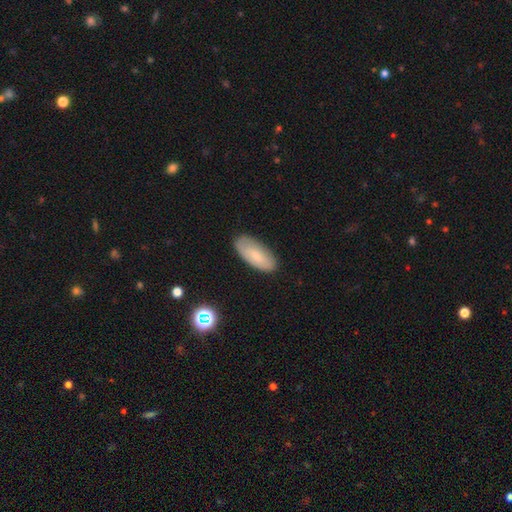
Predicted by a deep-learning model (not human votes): Morphology: type=smooth (73%); roundness=in between (87%); merging=none (82%).